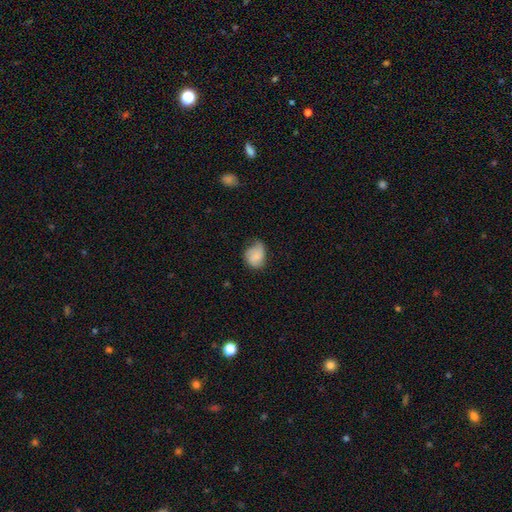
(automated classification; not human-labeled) smooth_or_featured: smooth (p=0.64) [alt: featured or disk p=0.28]
how_rounded: round (p=0.51) [alt: in between p=0.48]
merging: none (p=0.43) [alt: minor disturbance p=0.39]